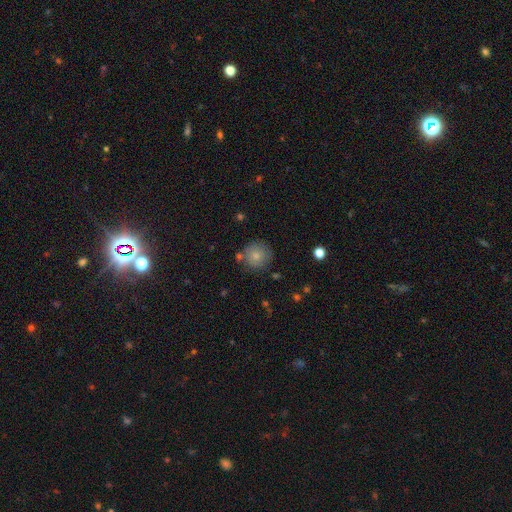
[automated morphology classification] Smooth or featured?
  - smooth: 78% *
  - featured or disk: 13%
  - star or artifact: 9%
How rounded?
  - round: 93% *
  - in between: 6%
  - cigar-shaped: 1%
Merging?
  - none: 78% *
  - minor disturbance: 13%
  - merger: 5%
  - major disturbance: 4%